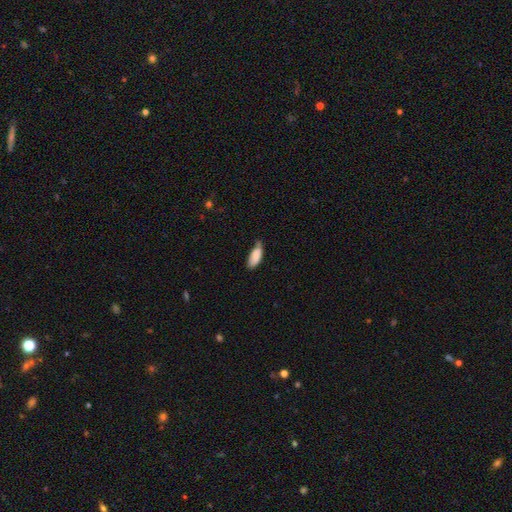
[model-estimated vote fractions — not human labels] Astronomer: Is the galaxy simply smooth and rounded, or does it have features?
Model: smooth — 85%.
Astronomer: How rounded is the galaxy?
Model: in between — 84%.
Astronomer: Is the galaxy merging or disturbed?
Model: none — 44% (runner-up: minor disturbance, 43%).